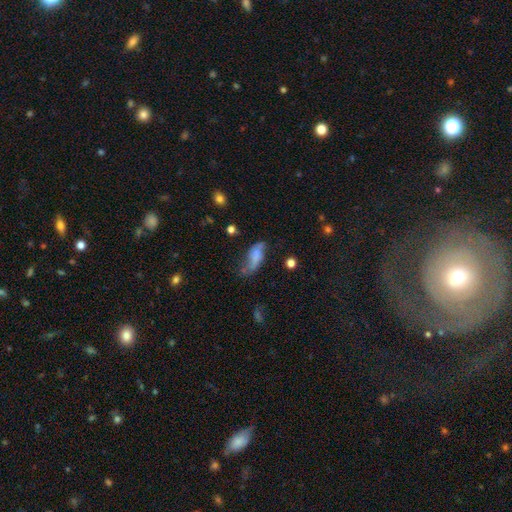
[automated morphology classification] A smooth galaxy with no disk features (51%) that is in between round and cigar-shaped (79%).

Vote fractions:
- Smooth or featured? smooth: 51% / featured or disk: 39% / star or artifact: 10%
- How rounded? in between: 79% / cigar-shaped: 17% / round: 4%
- Merging? none: 35% / minor disturbance: 32% / major disturbance: 28% / merger: 6%